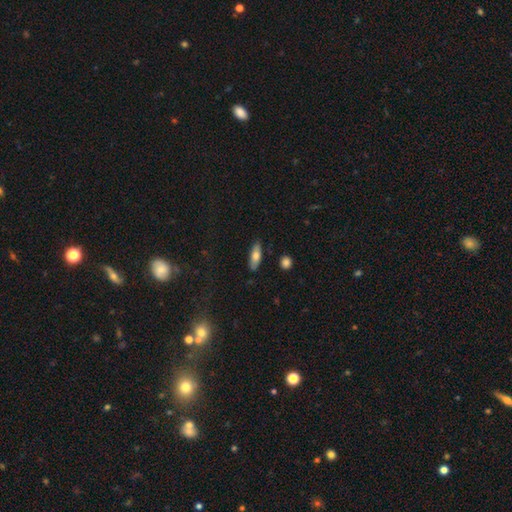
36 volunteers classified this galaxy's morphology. Smooth or featured?
  - smooth: 69% *
  - featured or disk: 28%
  - star or artifact: 3%
How rounded?
  - in between: 52% *
  - cigar-shaped: 48%
  - round: 0%
Merging?
  - none: 91% *
  - merger: 6%
  - minor disturbance: 3%
  - major disturbance: 0%